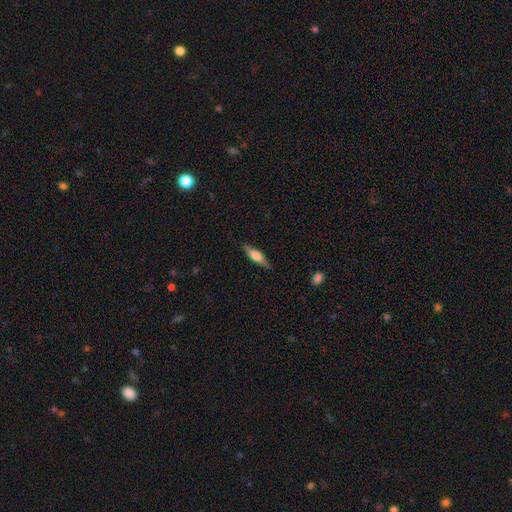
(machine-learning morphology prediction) Smooth or featured?
  - featured or disk: 49% *
  - smooth: 45%
  - star or artifact: 6%
Merging?
  - none: 86% *
  - minor disturbance: 11%
  - major disturbance: 2%
  - merger: 1%